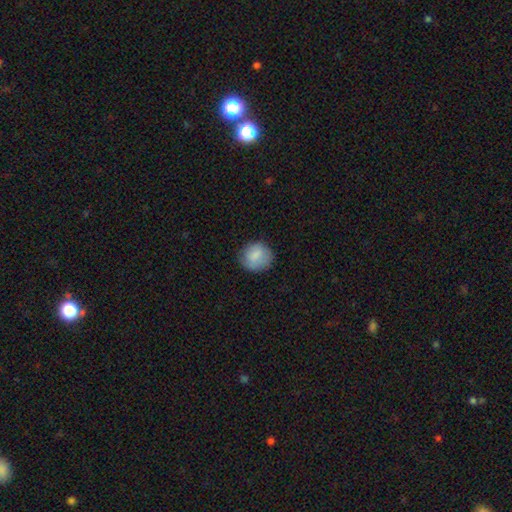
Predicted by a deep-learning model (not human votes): This is clearly a smooth galaxy (82%). How rounded: clearly round (82%). Merging: likely none (77%).